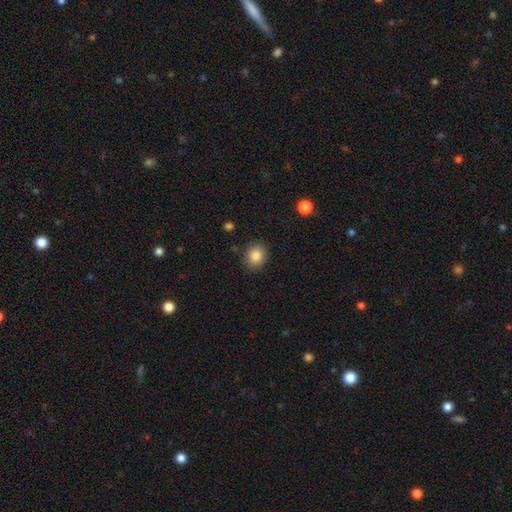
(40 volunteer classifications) This appears to be a smooth galaxy with no disk features (85%) that is round (65%). Merging: none (73%).